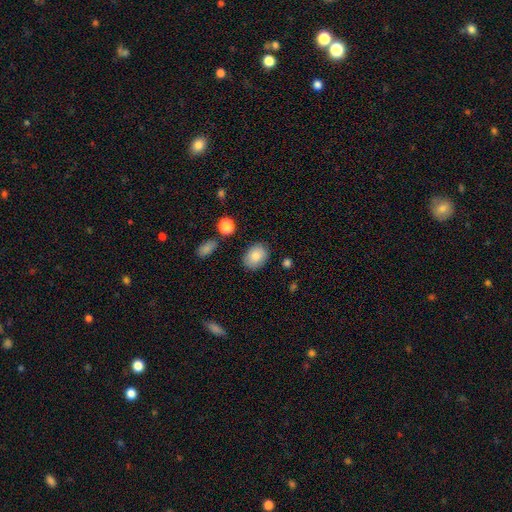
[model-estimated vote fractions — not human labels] This is clearly a smooth galaxy (85%). How rounded: likely in between (63%). Merging: clearly none (83%).